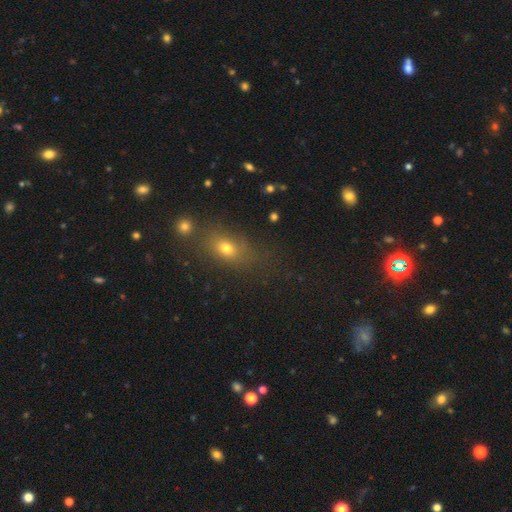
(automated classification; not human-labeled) Morphology: type=smooth (55%); roundness=in between (55%); merging=none (71%).